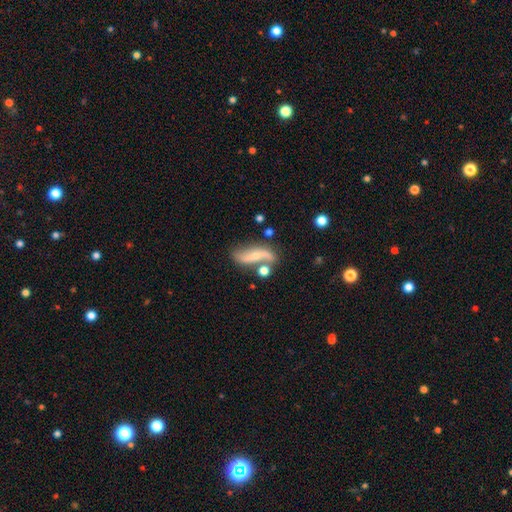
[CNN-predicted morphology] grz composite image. It shows a featured or disk galaxy (69%) with no bar (50%), 2 (88%) loose (83%) spiral arms (88%) and a small central bulge (57%). Merging: none (56%).